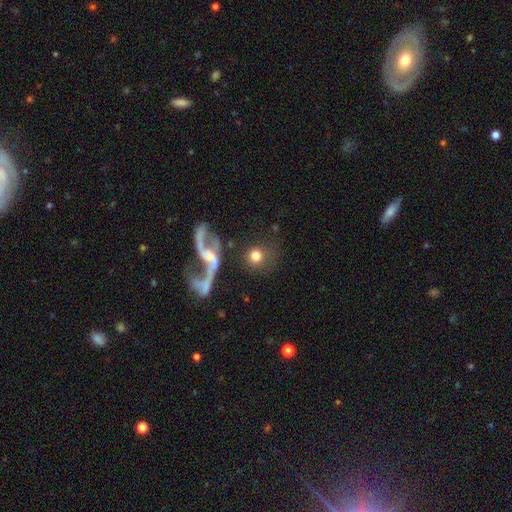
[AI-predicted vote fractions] smooth 72%, featured or disk 19%, star or artifact 9%. Down the decision tree: how rounded — round (92%); merging — none (74%).